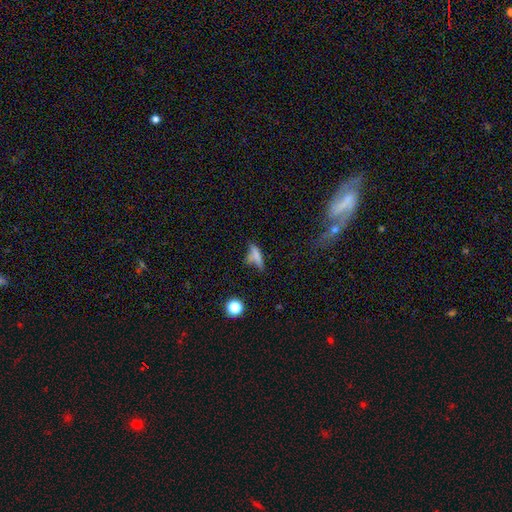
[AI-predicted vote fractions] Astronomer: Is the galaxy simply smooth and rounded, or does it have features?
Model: smooth — 65%.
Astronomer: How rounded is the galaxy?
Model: cigar-shaped — 60%.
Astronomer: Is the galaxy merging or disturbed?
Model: none — 46% (runner-up: minor disturbance, 23%).